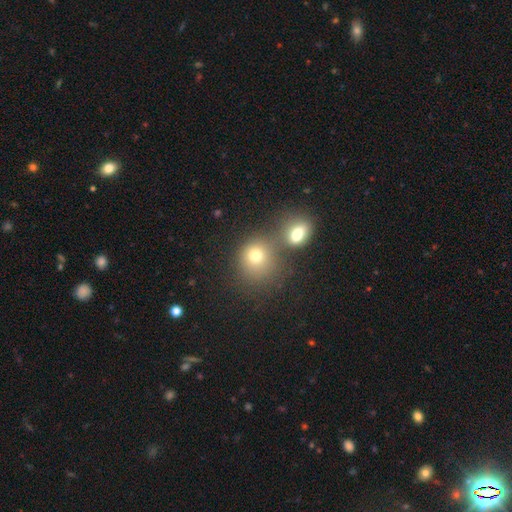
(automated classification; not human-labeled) Smooth or featured: smooth — 74% (star or artifact — 15%)
How rounded: round — 78% (in between — 21%)
Merging: none — 45% (merger — 42%)